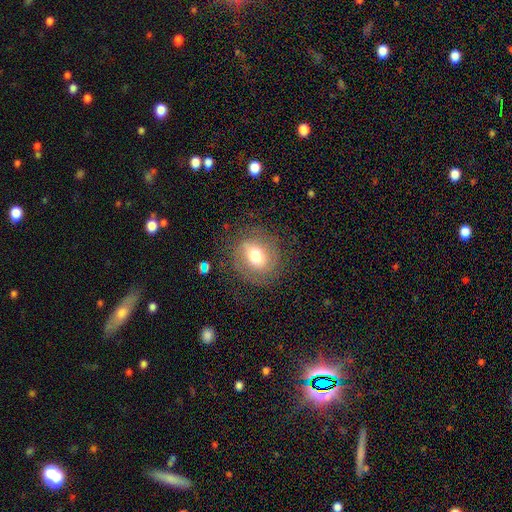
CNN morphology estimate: type=smooth (47%); merging=none (74%).